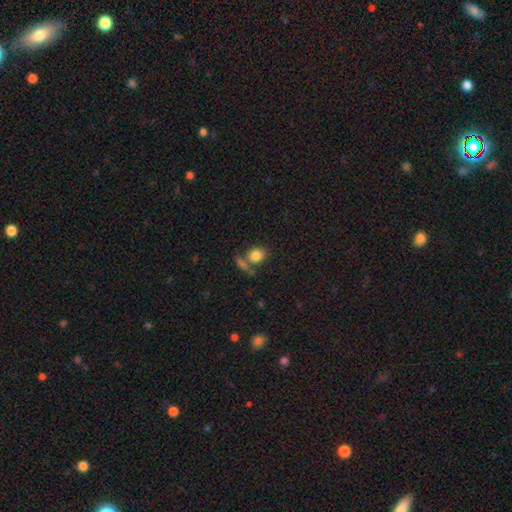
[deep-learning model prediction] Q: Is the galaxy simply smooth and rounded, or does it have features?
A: smooth — 82%.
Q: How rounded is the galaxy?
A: round — 69%.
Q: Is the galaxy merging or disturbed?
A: none — 53%.